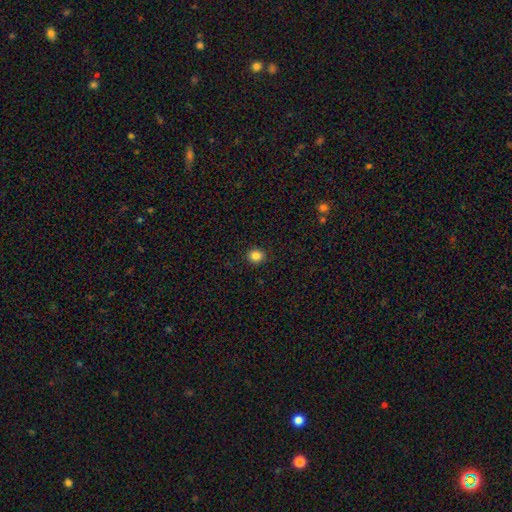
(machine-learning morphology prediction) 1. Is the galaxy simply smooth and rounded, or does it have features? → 85% smooth, 11% star or artifact, 4% featured or disk.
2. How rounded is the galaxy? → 82% round, 17% in between, 1% cigar-shaped.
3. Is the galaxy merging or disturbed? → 91% none, 6% minor disturbance, 2% major disturbance, 1% merger.